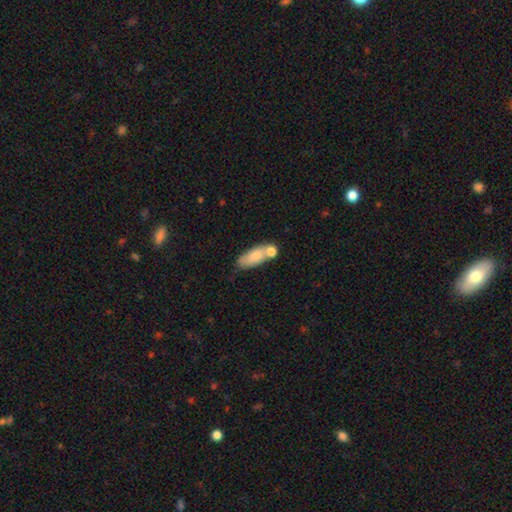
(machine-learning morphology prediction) A smooth galaxy with no disk features (73%) that is in between round and cigar-shaped (75%). Merging: none (44%).